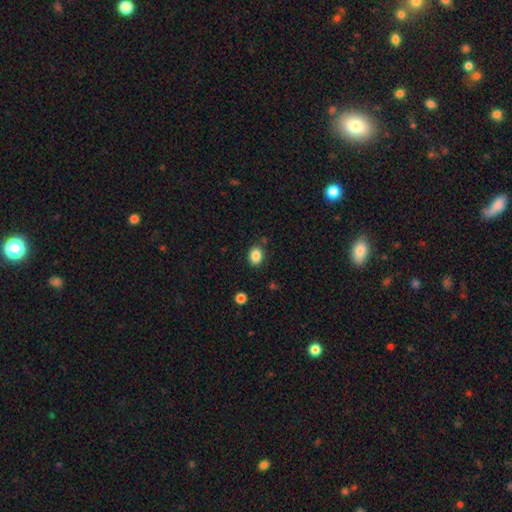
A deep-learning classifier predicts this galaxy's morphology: The model was most divided on "how rounded": in between: 57%, round: 42%, cigar-shaped: 1%. More confident: smooth or featured — smooth (86%); merging — none (84%).